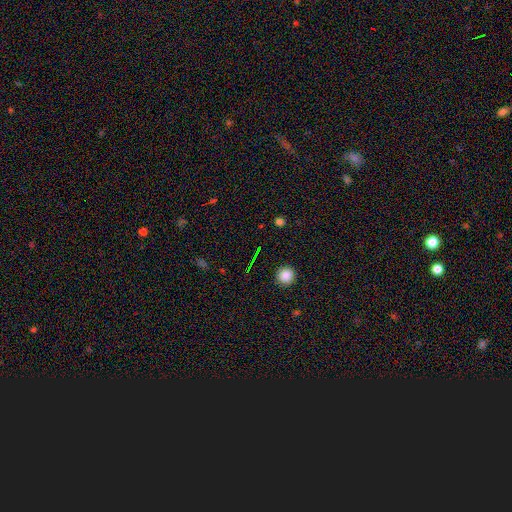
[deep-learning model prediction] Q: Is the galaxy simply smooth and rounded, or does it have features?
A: star or artifact — 52%.